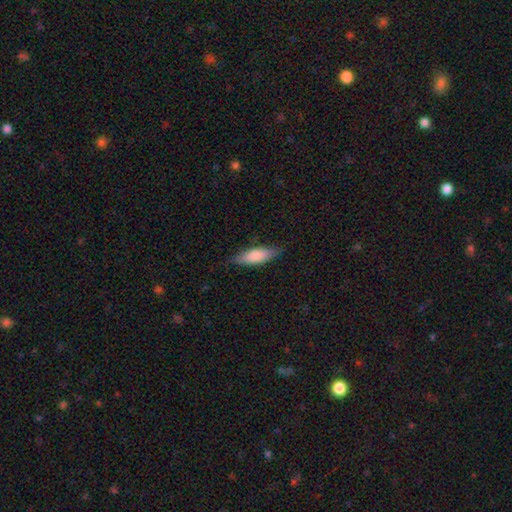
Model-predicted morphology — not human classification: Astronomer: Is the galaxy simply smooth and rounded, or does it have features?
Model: smooth — 80%.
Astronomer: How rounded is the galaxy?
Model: in between — 54% (runner-up: cigar-shaped, 44%).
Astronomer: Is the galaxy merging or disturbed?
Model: none — 80%.